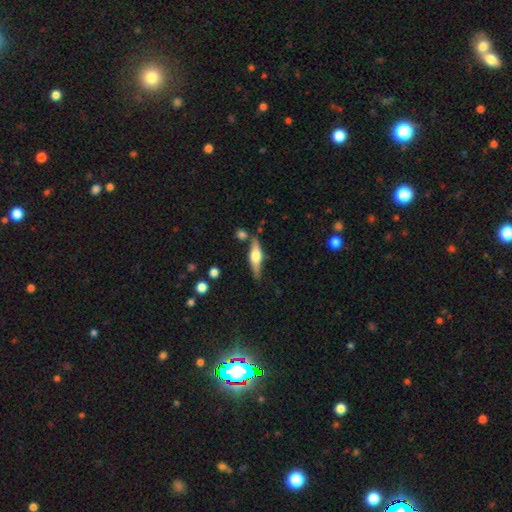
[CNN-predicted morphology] type=featured or disk (67%); edge-on=yes (95%); edge-on bulge=rounded (91%); merging=none (78%).